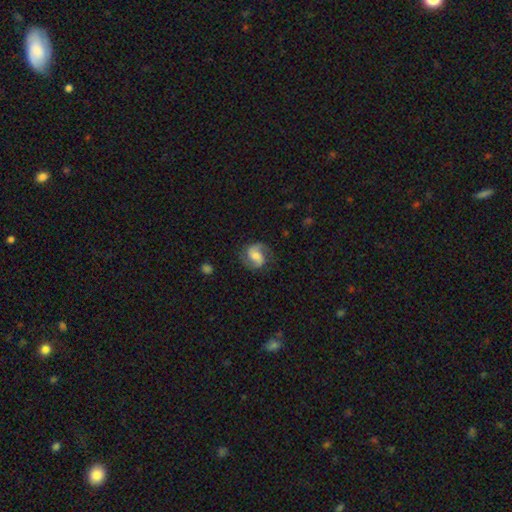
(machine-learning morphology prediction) Smooth or featured: featured or disk — 79% (smooth — 14%)
Edge-on disk: no — 98% (yes — 2%)
Bar: weak — 44% (no — 38%)
Spiral arms: yes — 96% (no — 4%)
Spiral winding: medium — 52% (loose — 31%)
Spiral arm count: 2 — 91% (can't tell — 3%)
Bulge size: moderate — 50% (small — 31%)
Merging: none — 79% (minor disturbance — 14%)